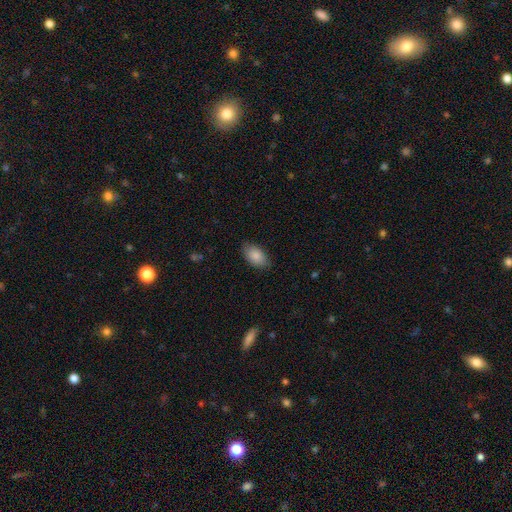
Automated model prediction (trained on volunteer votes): smooth 87%, featured or disk 7%, star or artifact 6%. Down the decision tree: how rounded — in between (92%); merging — none (79%).